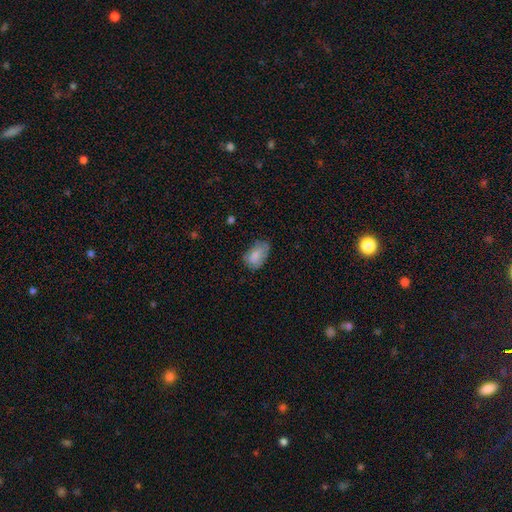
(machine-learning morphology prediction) Q: Smooth or featured?
A: smooth (79%); runner-up: featured or disk (13%)
Q: How rounded?
A: in between (91%); runner-up: round (7%)
Q: Merging?
A: none (54%); runner-up: minor disturbance (33%)